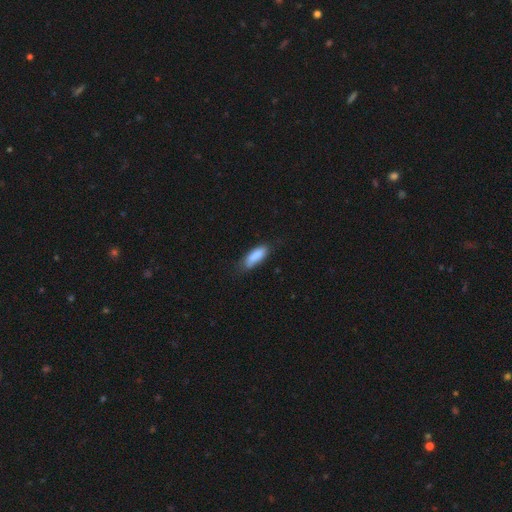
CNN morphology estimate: Q: Smooth or featured?
A: smooth (86%); runner-up: featured or disk (7%)
Q: How rounded?
A: in between (62%); runner-up: cigar-shaped (36%)
Q: Merging?
A: none (66%); runner-up: minor disturbance (27%)